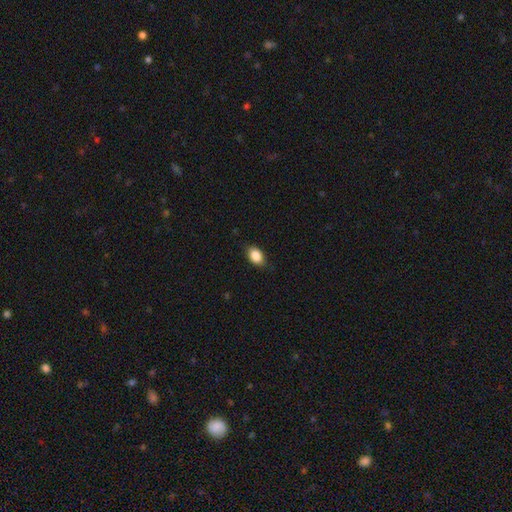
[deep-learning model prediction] Smooth or featured? Predicted: smooth (p=0.87). How rounded? Predicted: in between (p=0.84). Merging? Predicted: none (p=0.81).